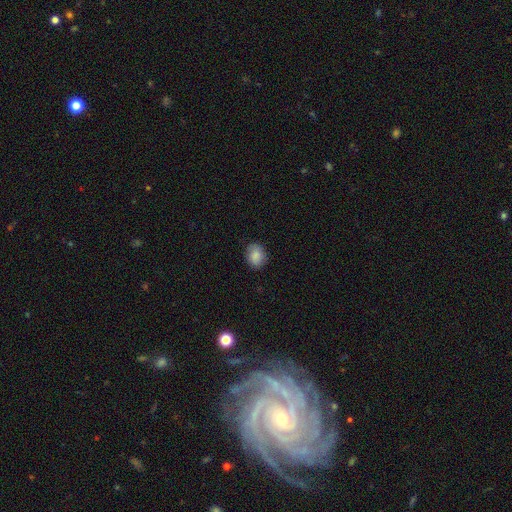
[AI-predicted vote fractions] Overall: smooth (84%). How rounded: in between (51%; round 48%). Merging: none (81%).